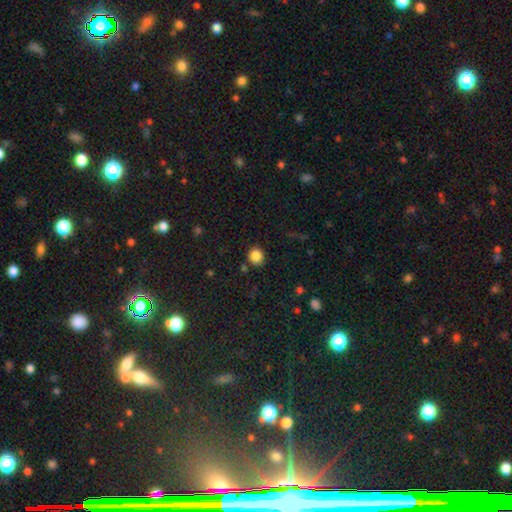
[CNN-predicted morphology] Q: Smooth or featured?
A: smooth (86%); runner-up: star or artifact (11%)
Q: How rounded?
A: round (87%); runner-up: in between (12%)
Q: Merging?
A: none (87%); runner-up: minor disturbance (8%)